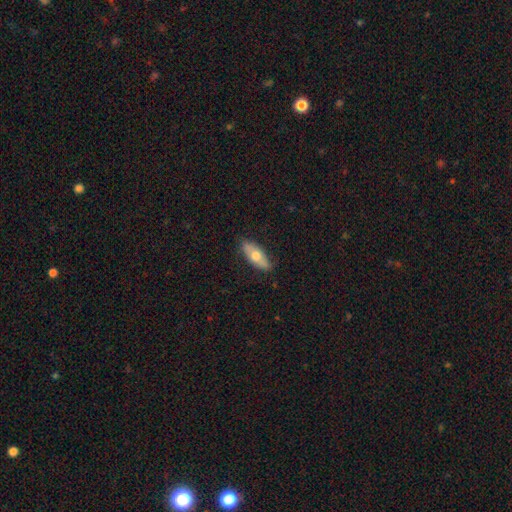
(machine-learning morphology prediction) type=smooth (62%); roundness=in between (75%); merging=none (83%).